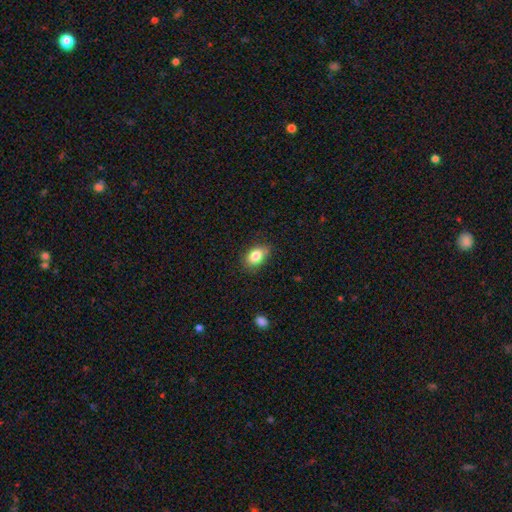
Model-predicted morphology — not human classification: smooth 83%, star or artifact 9%, featured or disk 8%. Down the decision tree: how rounded — in between (81%); merging — none (78%).